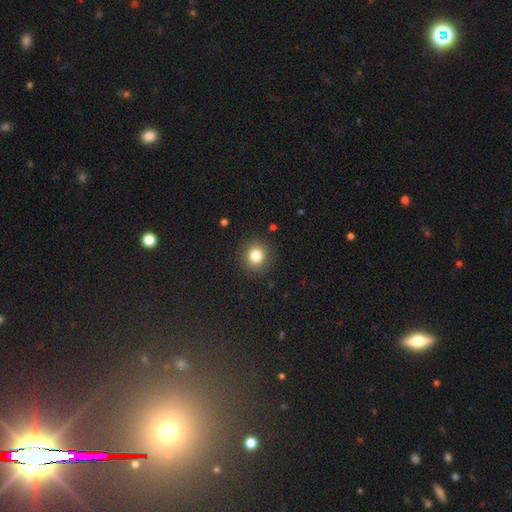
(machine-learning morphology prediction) smooth-or-featured: smooth: 81% | star or artifact: 12% | featured or disk: 7%
  how-rounded: round: 90% | in between: 9% | cigar-shaped: 1%
  merging: none: 90% | minor disturbance: 6% | major disturbance: 2% | merger: 1%